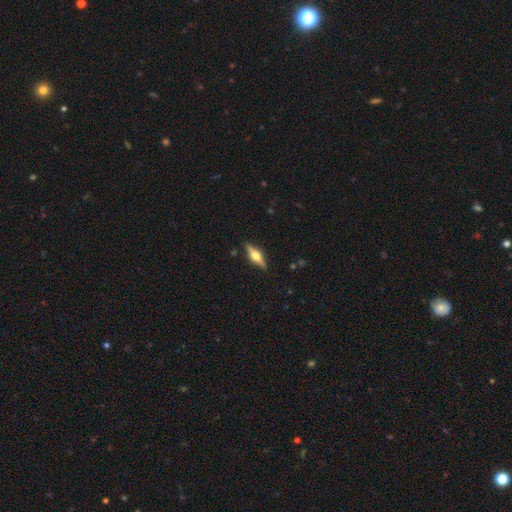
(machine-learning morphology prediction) Smooth or featured?
  - featured or disk: 68% *
  - smooth: 26%
  - star or artifact: 6%
Edge-on disk?
  - yes: 96% *
  - no: 4%
Edge-on bulge?
  - rounded: 95% *
  - boxy: 4%
  - none: 1%
Merging?
  - none: 89% *
  - minor disturbance: 8%
  - major disturbance: 2%
  - merger: 1%